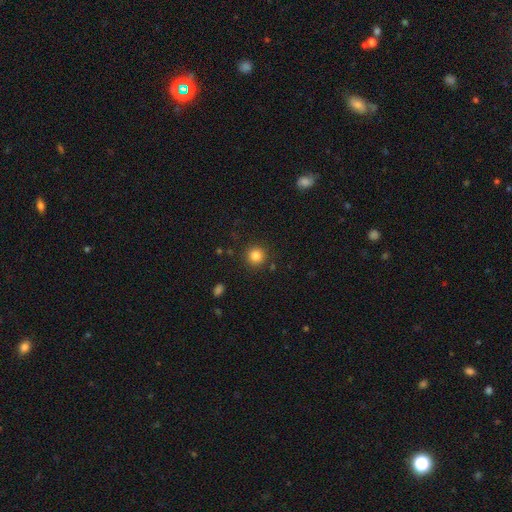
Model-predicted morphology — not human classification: Smooth or featured? smooth (84%)
How rounded? round (94%)
Merging? none (90%)